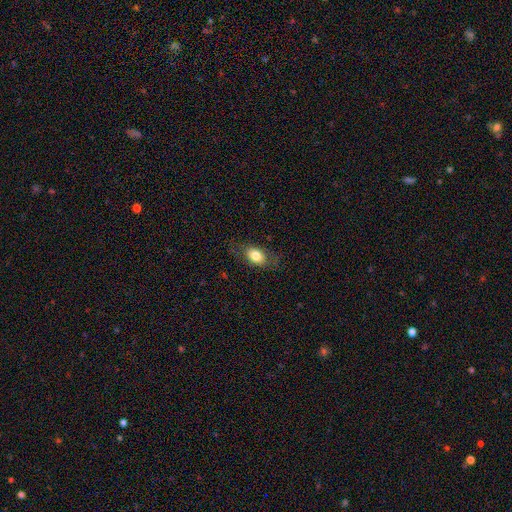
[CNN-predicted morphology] smooth 77%, featured or disk 15%, star or artifact 8%. Down the decision tree: how rounded — in between (83%); merging — none (74%).